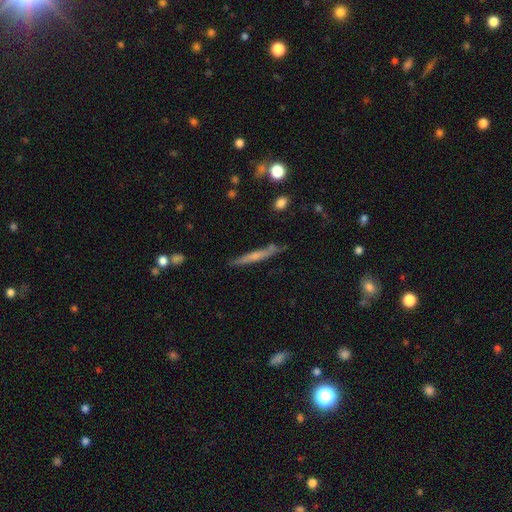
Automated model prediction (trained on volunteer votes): smooth-or-featured: smooth: 49% | featured or disk: 44% | star or artifact: 7%
  merging: none: 80% | minor disturbance: 14% | merger: 3% | major disturbance: 3%